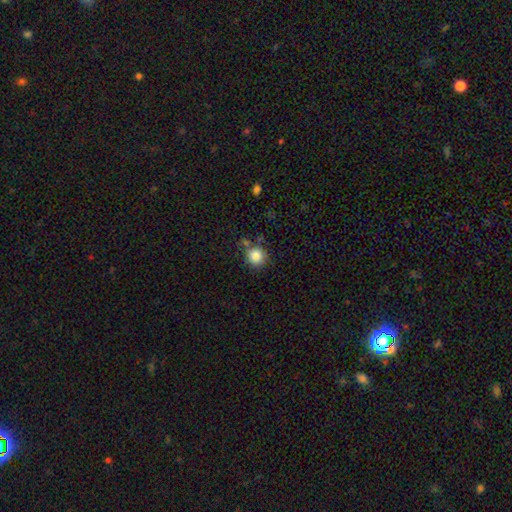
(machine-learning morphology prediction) Smooth or featured? Predicted: smooth (p=0.84). How rounded? Predicted: round (p=0.90). Merging? Predicted: none (p=0.71).